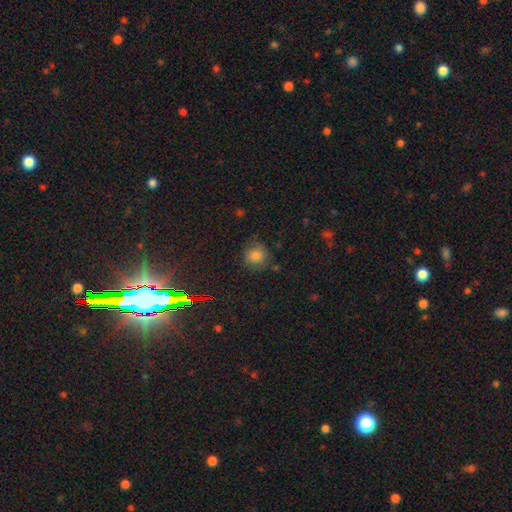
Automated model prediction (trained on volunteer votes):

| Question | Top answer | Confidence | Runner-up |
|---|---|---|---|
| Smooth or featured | smooth | 77% | star or artifact (15%) |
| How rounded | round | 88% | in between (11%) |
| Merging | none | 77% | minor disturbance (16%) |